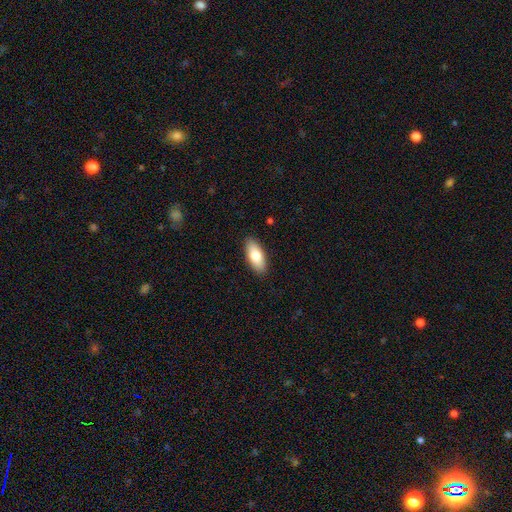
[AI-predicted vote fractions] The model was most divided on "smooth or featured": smooth: 78%, featured or disk: 16%, star or artifact: 6%. More confident: merging — none (89%); how rounded — in between (87%).